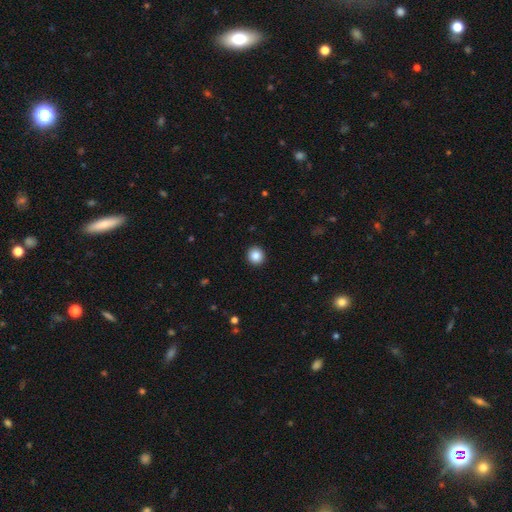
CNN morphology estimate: This appears to be a smooth galaxy with no disk features (86%) that is round (90%). Merging: none (93%).